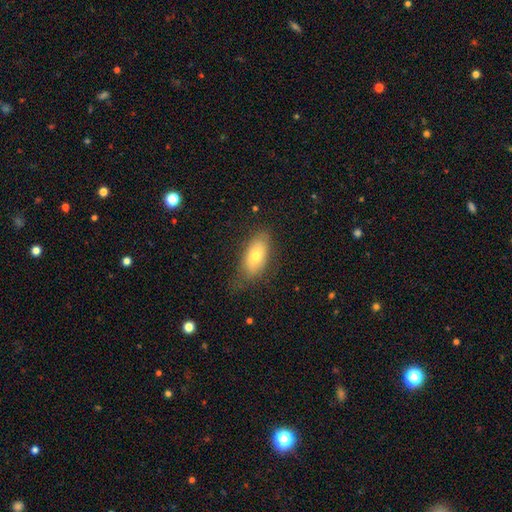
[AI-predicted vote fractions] Morphology: type=smooth (71%); roundness=in between (88%); merging=none (68%).